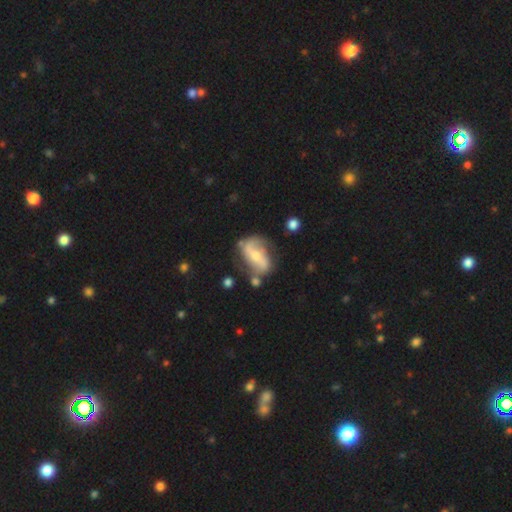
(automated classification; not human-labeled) A featured or disk galaxy (74%) with a strong bar (41%), 2 (86%) loose (58%) spiral arms (87%) and a small central bulge (46%).

Vote fractions:
- Smooth or featured? featured or disk: 74% / smooth: 19% / star or artifact: 6%
- Edge-on disk? no: 95% / yes: 5%
- Bar? strong: 41% / weak: 33% / no: 26%
- Spiral arms? yes: 87% / no: 13%
- Spiral winding? loose: 58% / medium: 30% / tight: 11%
- Spiral arm count? 2: 86% / can't tell: 6% / 1: 4% / 3: 1% / 4: 1% / more than 4: 1%
- Bulge size? small: 46% / moderate: 44% / large: 5% / none: 4% / dominant: 1%
- Merging? none: 61% / minor disturbance: 21% / major disturbance: 11% / merger: 7%